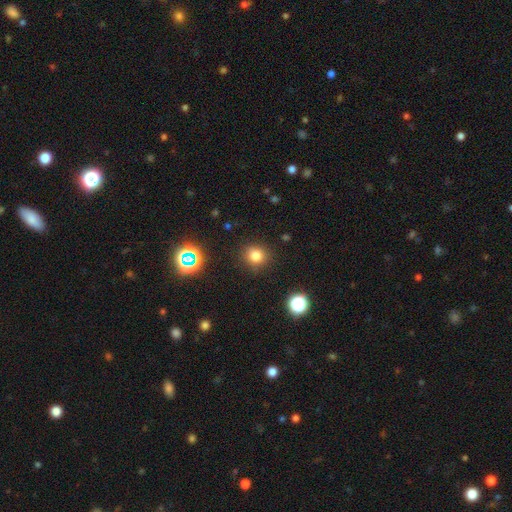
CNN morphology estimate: type=smooth (78%); roundness=round (88%); merging=none (87%).